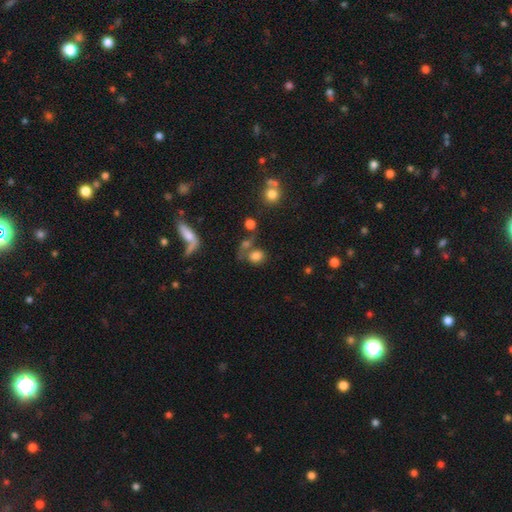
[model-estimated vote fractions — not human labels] A smooth galaxy with no disk features (75%) that is round (50%).

Vote fractions:
- Smooth or featured? smooth: 75% / star or artifact: 13% / featured or disk: 11%
- How rounded? round: 50% / in between: 48% / cigar-shaped: 2%
- Merging? none: 44% / merger: 31% / minor disturbance: 14% / major disturbance: 11%